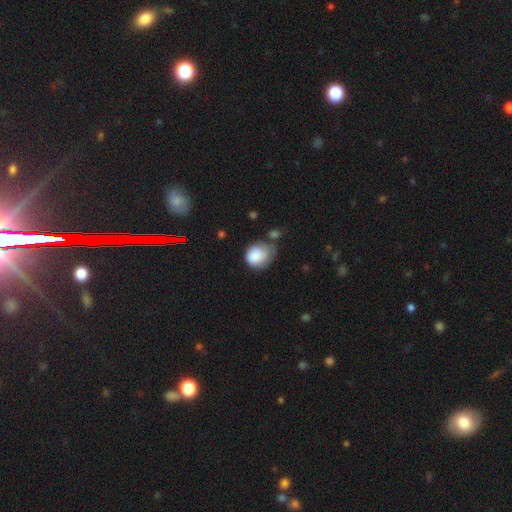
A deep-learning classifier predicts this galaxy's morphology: The model was most divided on "merging": minor disturbance: 37%, none: 35%, major disturbance: 18%, merger: 10%. More confident: smooth or featured — smooth (83%); how rounded — round (58%).